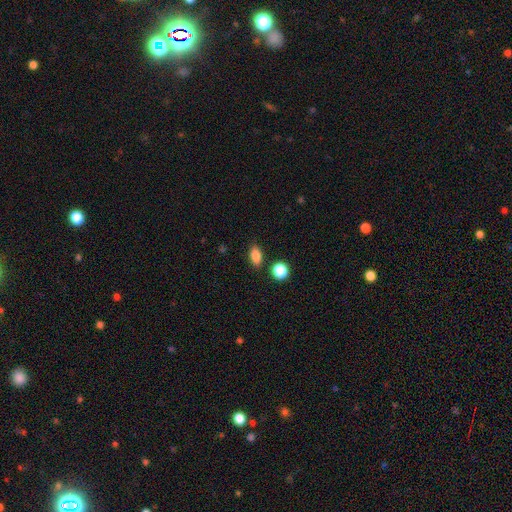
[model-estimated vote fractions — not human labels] Q: Smooth or featured?
A: smooth (85%); runner-up: star or artifact (10%)
Q: How rounded?
A: in between (81%); runner-up: round (14%)
Q: Merging?
A: none (84%); runner-up: minor disturbance (10%)